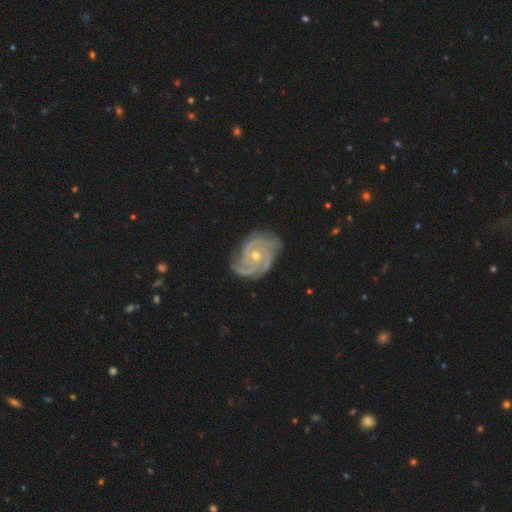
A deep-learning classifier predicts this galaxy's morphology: This appears to be a featured or disk galaxy (92%) with no bar (68%), 3 (43%) tight (69%) spiral arms (99%) and a small central bulge (52%). Merging: none (75%).